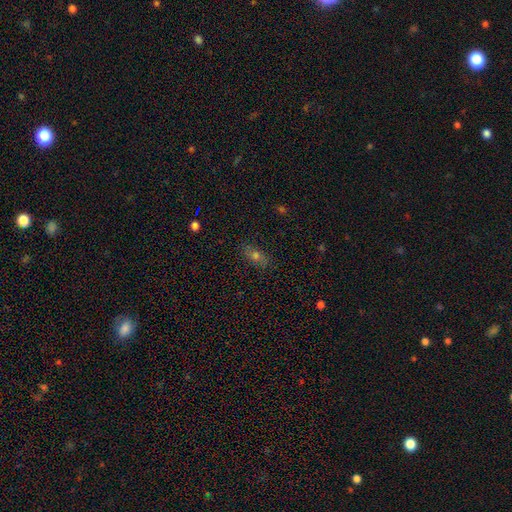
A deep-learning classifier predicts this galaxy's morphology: A smooth galaxy with no disk features (59%) that is in between round and cigar-shaped (70%).

Vote fractions:
- Smooth or featured? smooth: 59% / featured or disk: 23% / star or artifact: 18%
- How rounded? in between: 70% / cigar-shaped: 18% / round: 12%
- Merging? none: 84% / minor disturbance: 12% / major disturbance: 3% / merger: 1%